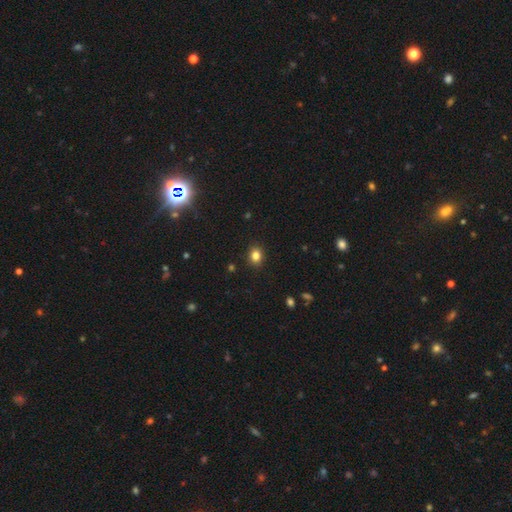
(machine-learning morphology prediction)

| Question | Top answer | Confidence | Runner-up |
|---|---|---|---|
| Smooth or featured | smooth | 82% | star or artifact (12%) |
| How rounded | round | 54% | in between (45%) |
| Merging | none | 89% | minor disturbance (8%) |